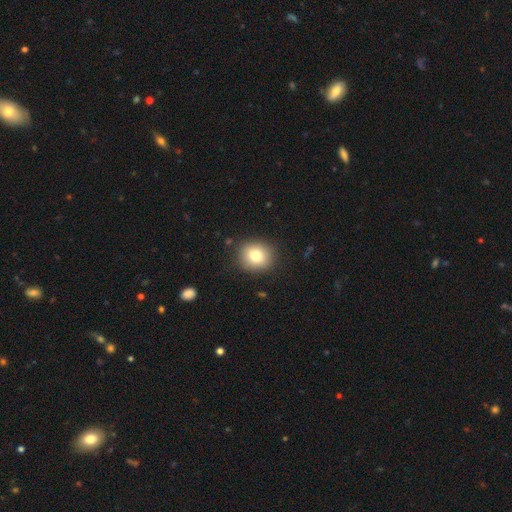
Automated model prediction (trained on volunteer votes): smooth 81%, star or artifact 10%, featured or disk 9%. Down the decision tree: how rounded — round (77%); merging — none (88%).